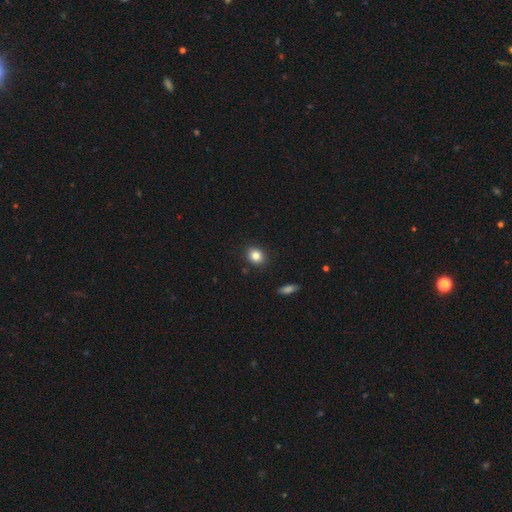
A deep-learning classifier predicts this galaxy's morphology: type=smooth (84%); roundness=round (72%); merging=none (90%).